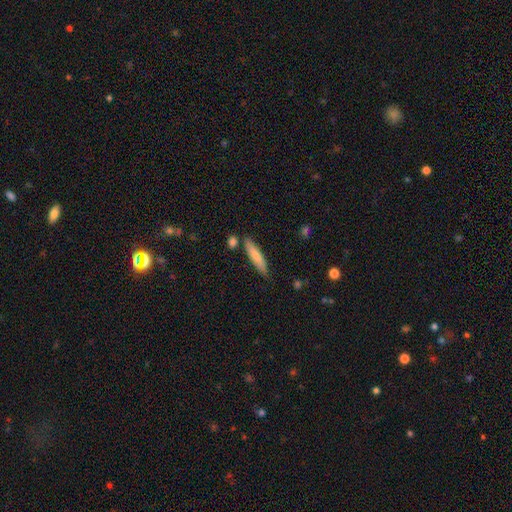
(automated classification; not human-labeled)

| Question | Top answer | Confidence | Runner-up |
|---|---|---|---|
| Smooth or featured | smooth | 77% | featured or disk (17%) |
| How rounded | cigar-shaped | 84% | in between (14%) |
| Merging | none | 79% | minor disturbance (13%) |